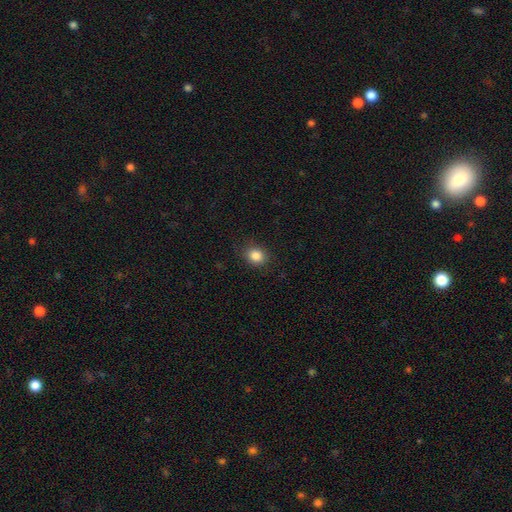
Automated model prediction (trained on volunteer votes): Q: Smooth or featured?
A: smooth (85%); runner-up: star or artifact (11%)
Q: How rounded?
A: round (66%); runner-up: in between (33%)
Q: Merging?
A: none (87%); runner-up: minor disturbance (9%)